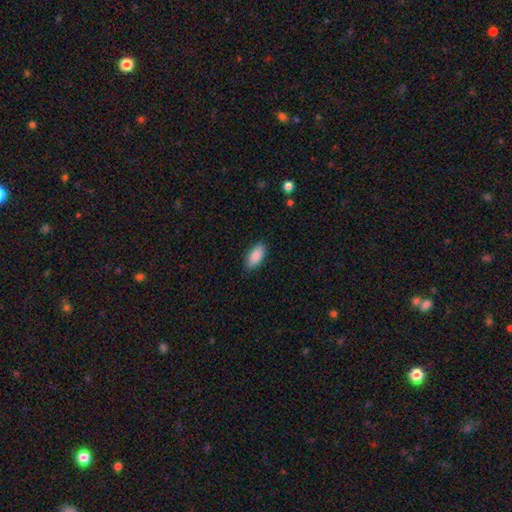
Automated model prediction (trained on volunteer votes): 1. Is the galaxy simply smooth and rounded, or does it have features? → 89% smooth, 6% star or artifact, 5% featured or disk.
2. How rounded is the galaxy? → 91% in between, 7% cigar-shaped, 2% round.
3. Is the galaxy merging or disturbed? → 86% none, 11% minor disturbance, 2% major disturbance, 1% merger.